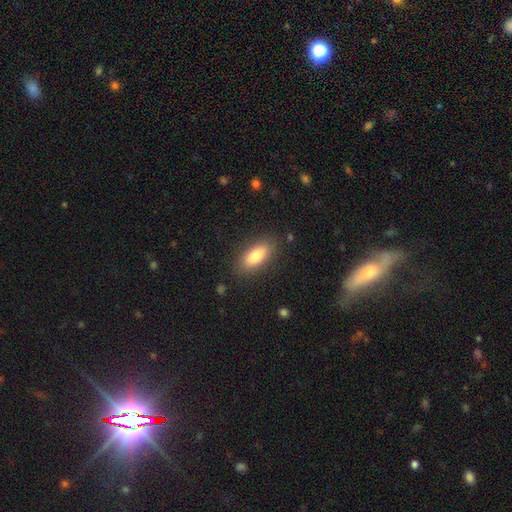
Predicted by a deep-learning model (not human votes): Smooth or featured? smooth (82%)
How rounded? in between (82%)
Merging? none (86%)